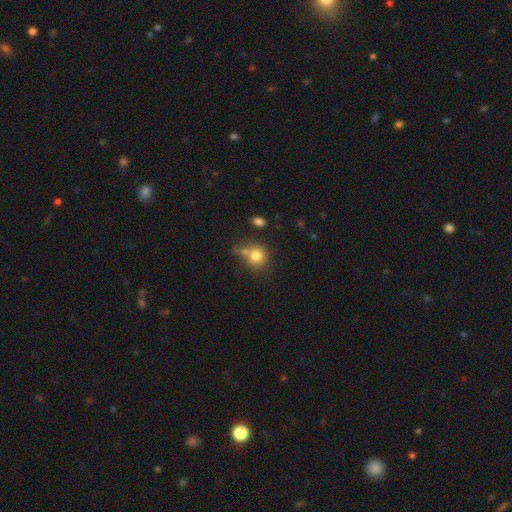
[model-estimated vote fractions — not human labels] A smooth galaxy with no disk features (80%) that is round (84%). Merging: none (53%).